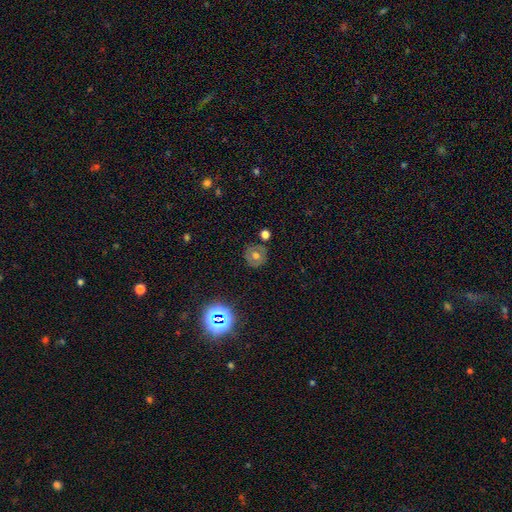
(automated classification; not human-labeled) Q: Smooth or featured?
A: smooth (51%); runner-up: featured or disk (31%)
Q: How rounded?
A: round (89%); runner-up: in between (10%)
Q: Merging?
A: none (81%); runner-up: minor disturbance (11%)